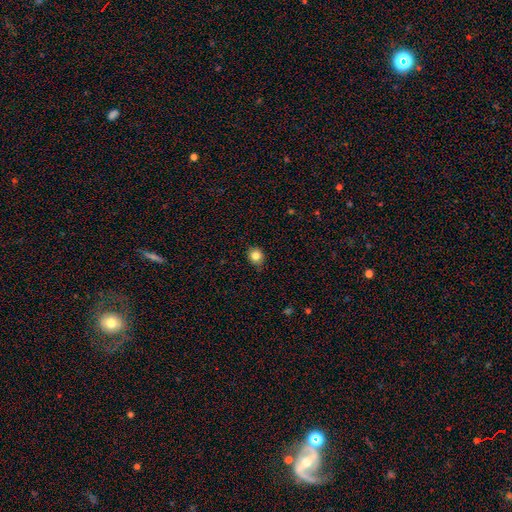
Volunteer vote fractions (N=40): Q: Smooth or featured?
A: smooth (82%); runner-up: featured or disk (12%)
Q: How rounded?
A: round (82%); runner-up: in between (18%)
Q: Merging?
A: none (87%); runner-up: minor disturbance (13%)